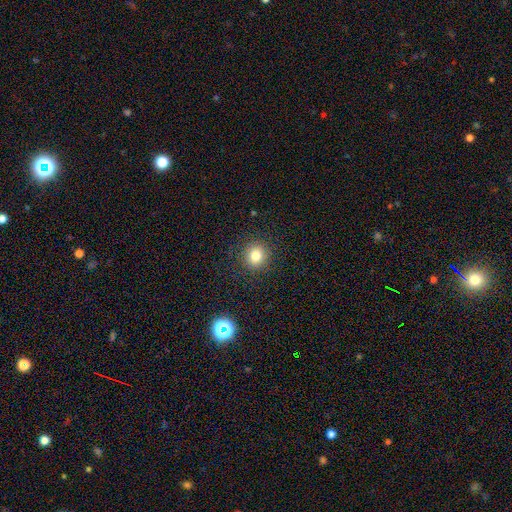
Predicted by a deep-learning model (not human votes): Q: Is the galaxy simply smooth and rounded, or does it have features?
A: smooth — 80%.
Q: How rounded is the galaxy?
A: round — 85%.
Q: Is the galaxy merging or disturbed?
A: none — 89%.